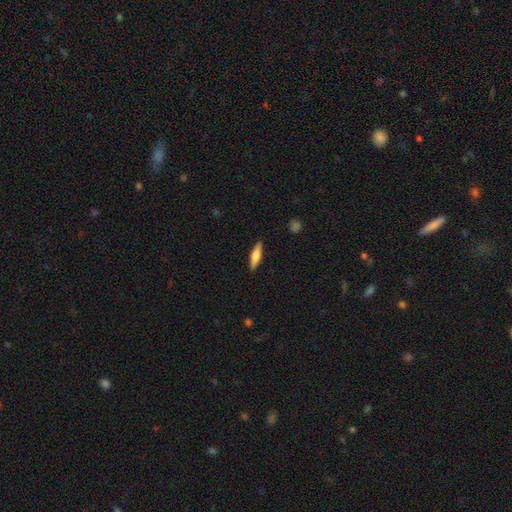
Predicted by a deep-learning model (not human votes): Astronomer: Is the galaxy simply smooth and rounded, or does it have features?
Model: smooth — 52% (runner-up: featured or disk, 42%).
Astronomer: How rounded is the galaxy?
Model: cigar-shaped — 74%.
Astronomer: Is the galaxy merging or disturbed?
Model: none — 89%.